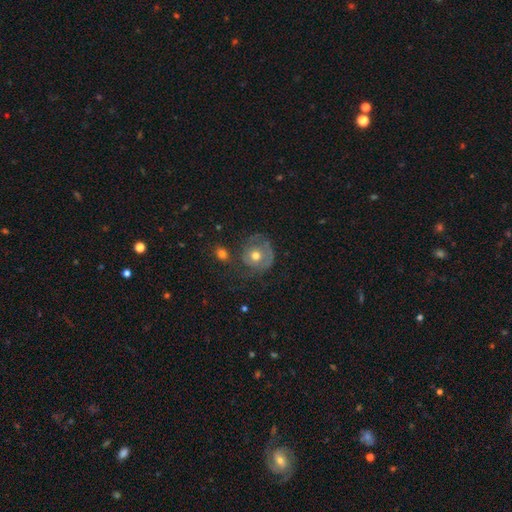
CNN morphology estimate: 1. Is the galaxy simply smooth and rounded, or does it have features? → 58% featured or disk, 34% smooth, 8% star or artifact.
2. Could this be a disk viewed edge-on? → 97% no, 3% yes.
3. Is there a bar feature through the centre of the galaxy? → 86% no, 11% weak, 3% strong.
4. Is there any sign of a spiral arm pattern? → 59% yes, 41% no.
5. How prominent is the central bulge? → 77% moderate, 13% small, 7% large, 1% none, 1% dominant.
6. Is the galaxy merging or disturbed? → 53% none, 23% minor disturbance, 18% major disturbance, 5% merger.